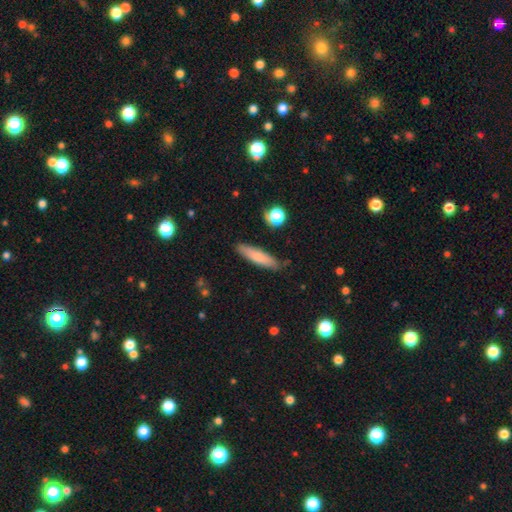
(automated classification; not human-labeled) Smooth or featured?
  - smooth: 73% *
  - featured or disk: 21%
  - star or artifact: 7%
How rounded?
  - cigar-shaped: 82% *
  - in between: 16%
  - round: 2%
Merging?
  - none: 86% *
  - minor disturbance: 10%
  - major disturbance: 2%
  - merger: 2%